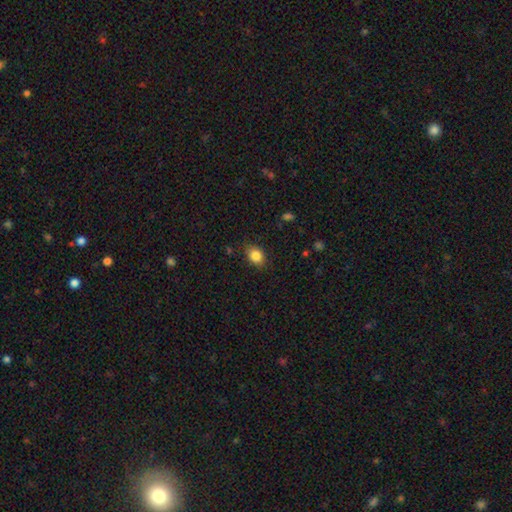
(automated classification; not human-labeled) smooth-or-featured: smooth: 85% | star or artifact: 9% | featured or disk: 5%
  how-rounded: in between: 65% | round: 34% | cigar-shaped: 1%
  merging: none: 81% | minor disturbance: 15% | major disturbance: 3% | merger: 1%